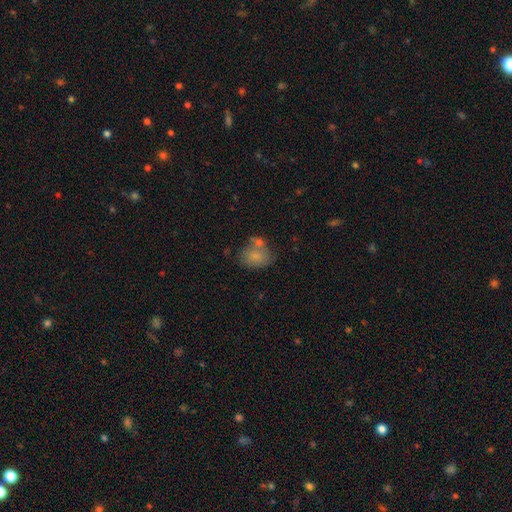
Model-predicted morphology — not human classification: type=smooth (76%); roundness=in between (57%); merging=none (48%).